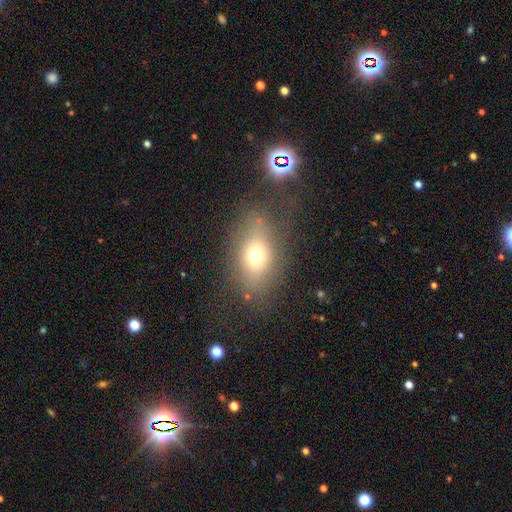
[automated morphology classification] Overall: smooth (66%). How rounded: in between (73%). Merging: none (65%).